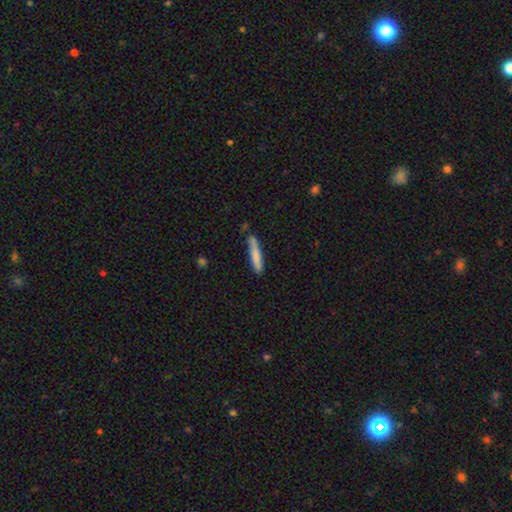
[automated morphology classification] The model was most divided on "merging": none: 74%, minor disturbance: 17%, merger: 6%, major disturbance: 3%. More confident: how rounded — cigar-shaped (90%); smooth or featured — smooth (79%).